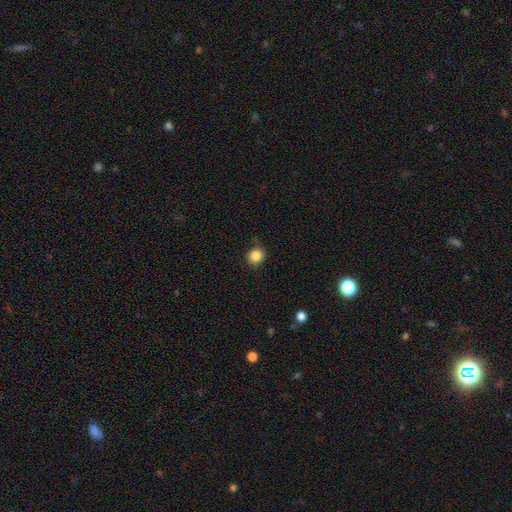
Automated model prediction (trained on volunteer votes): This appears to be a smooth galaxy with no disk features (85%) that is round (86%). Merging: none (80%).